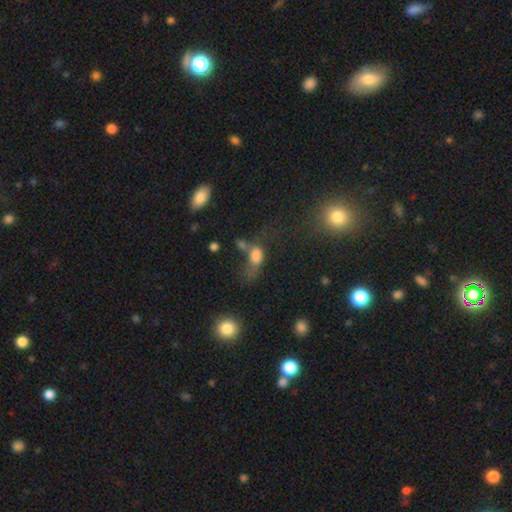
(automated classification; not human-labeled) A smooth galaxy with no disk features (67%) that is in between round and cigar-shaped (75%).

Vote fractions:
- Smooth or featured? smooth: 67% / featured or disk: 18% / star or artifact: 15%
- How rounded? in between: 75% / round: 20% / cigar-shaped: 5%
- Merging? major disturbance: 36% / merger: 28% / none: 20% / minor disturbance: 16%